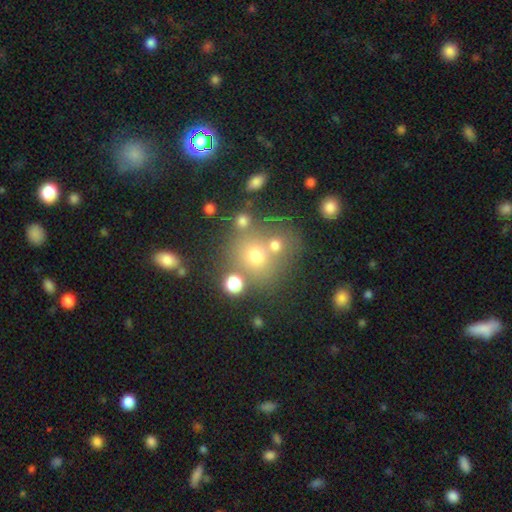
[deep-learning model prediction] A smooth galaxy with no disk features (64%) that is round (84%).

Vote fractions:
- Smooth or featured? smooth: 64% / star or artifact: 20% / featured or disk: 16%
- How rounded? round: 84% / in between: 15% / cigar-shaped: 1%
- Merging? none: 56% / merger: 28% / minor disturbance: 10% / major disturbance: 5%